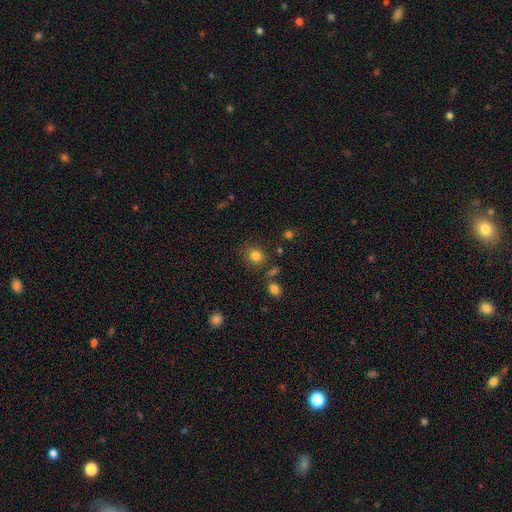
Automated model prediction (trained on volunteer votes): smooth-or-featured: smooth: 81% | star or artifact: 13% | featured or disk: 6%
  how-rounded: round: 81% | in between: 18% | cigar-shaped: 1%
  merging: none: 79% | minor disturbance: 11% | merger: 6% | major disturbance: 4%